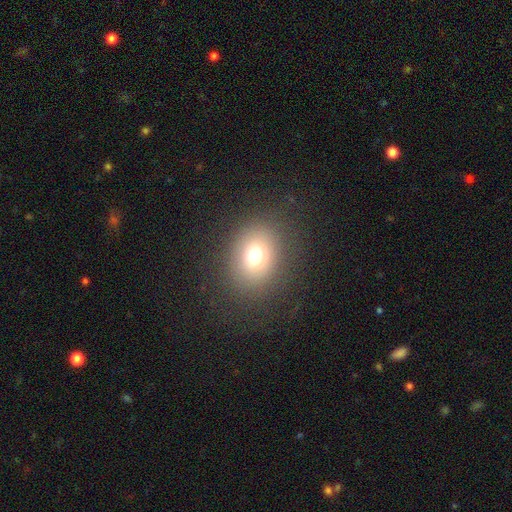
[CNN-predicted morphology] The model was most divided on "how rounded": round: 59%, in between: 40%, cigar-shaped: 1%. More confident: merging — none (84%); smooth or featured — smooth (72%).